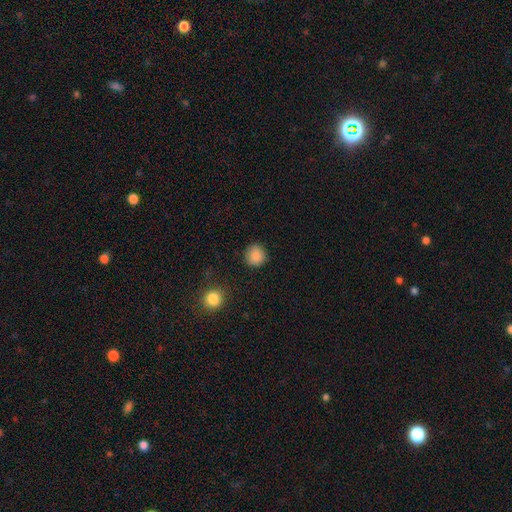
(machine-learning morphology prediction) Smooth or featured?
  - smooth: 88% *
  - star or artifact: 9%
  - featured or disk: 3%
How rounded?
  - round: 90% *
  - in between: 9%
  - cigar-shaped: 1%
Merging?
  - none: 88% *
  - minor disturbance: 8%
  - major disturbance: 3%
  - merger: 2%